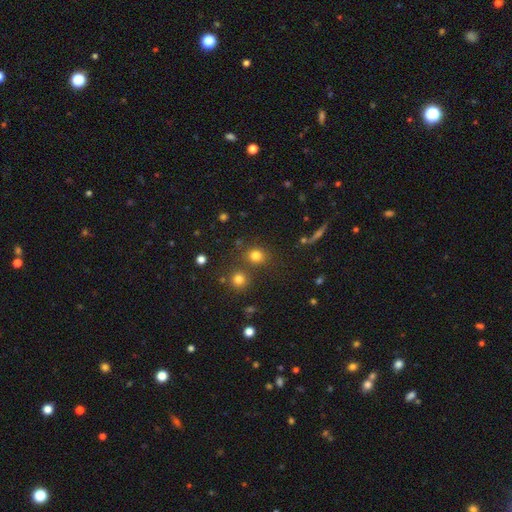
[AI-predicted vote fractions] A smooth galaxy with no disk features (78%) that is round (81%).

Vote fractions:
- Smooth or featured? smooth: 78% / star or artifact: 15% / featured or disk: 7%
- How rounded? round: 81% / in between: 18% / cigar-shaped: 1%
- Merging? none: 74% / merger: 13% / minor disturbance: 9% / major disturbance: 4%